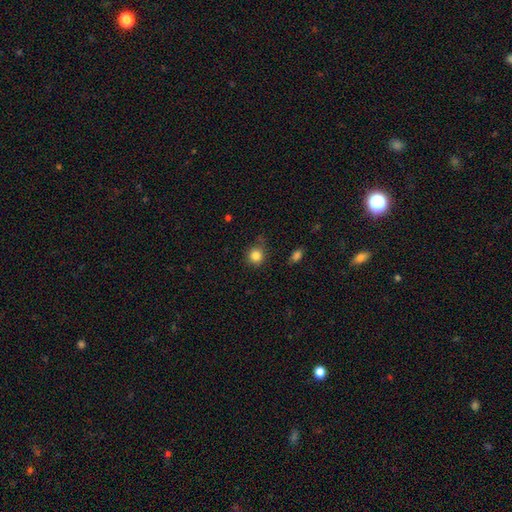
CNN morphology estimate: Smooth or featured: smooth — 84% (star or artifact — 11%)
How rounded: round — 90% (in between — 9%)
Merging: none — 76% (minor disturbance — 17%)